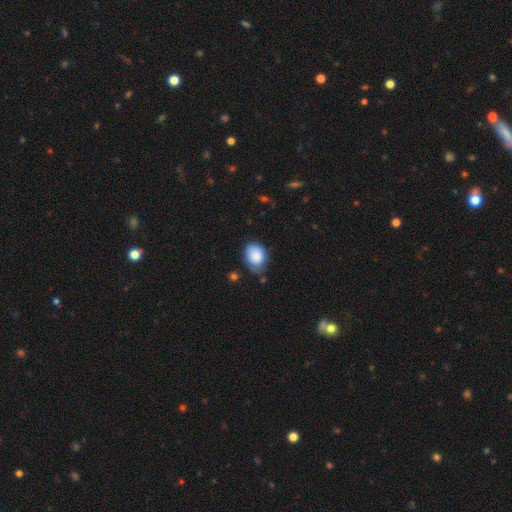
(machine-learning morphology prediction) Smooth or featured? Predicted: smooth (p=0.86). How rounded? Predicted: in between (p=0.69). Merging? Predicted: none (p=0.54).